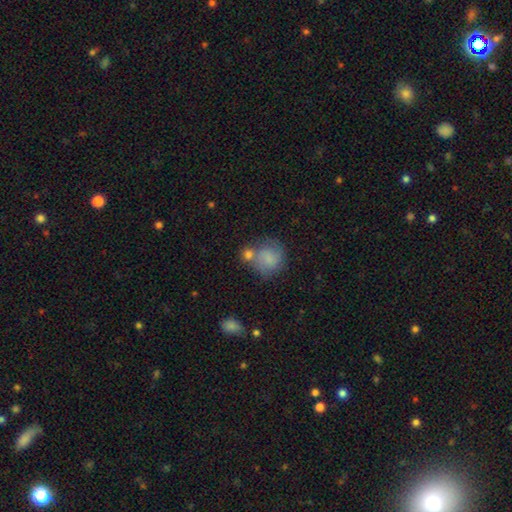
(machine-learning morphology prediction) A smooth galaxy with no disk features (70%) that is round (78%). Merging: none (52%).